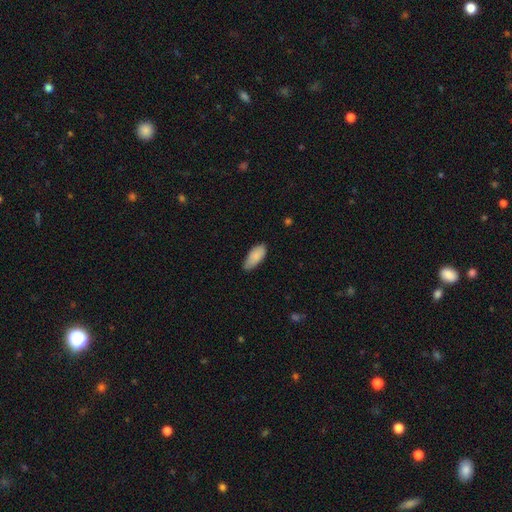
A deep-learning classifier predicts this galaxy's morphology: Overall: smooth (88%). How rounded: in between (88%). Merging: none (71%).